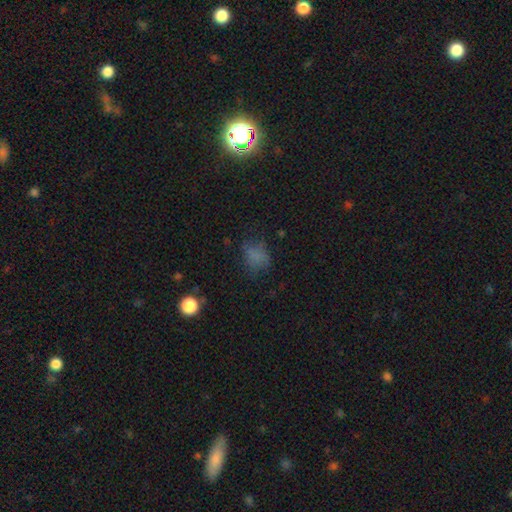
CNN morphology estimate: Smooth or featured?
  - smooth: 66% *
  - star or artifact: 20%
  - featured or disk: 14%
How rounded?
  - in between: 51% *
  - round: 48%
  - cigar-shaped: 2%
Merging?
  - none: 57% *
  - minor disturbance: 24%
  - major disturbance: 17%
  - merger: 2%